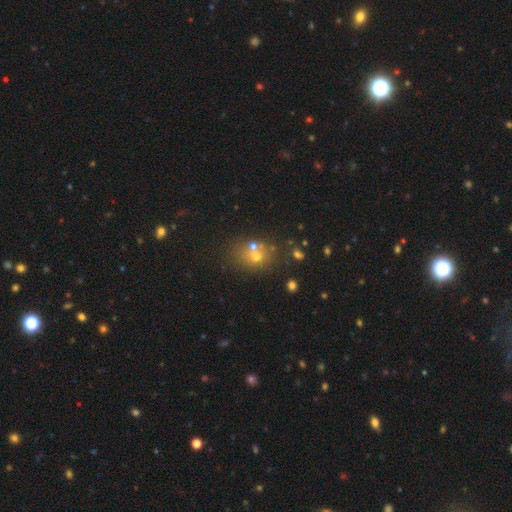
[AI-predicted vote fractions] This appears to be a smooth galaxy with no disk features (49%). Merging: none (45%).